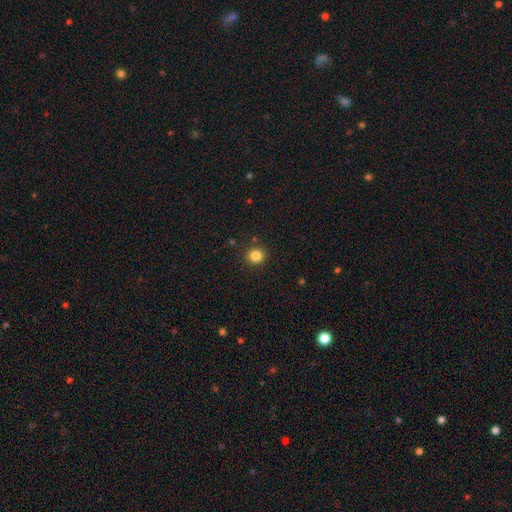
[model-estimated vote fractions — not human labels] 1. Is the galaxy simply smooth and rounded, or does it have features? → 83% smooth, 12% star or artifact, 4% featured or disk.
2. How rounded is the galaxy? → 90% round, 9% in between, 1% cigar-shaped.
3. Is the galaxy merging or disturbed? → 90% none, 6% minor disturbance, 2% major disturbance, 2% merger.